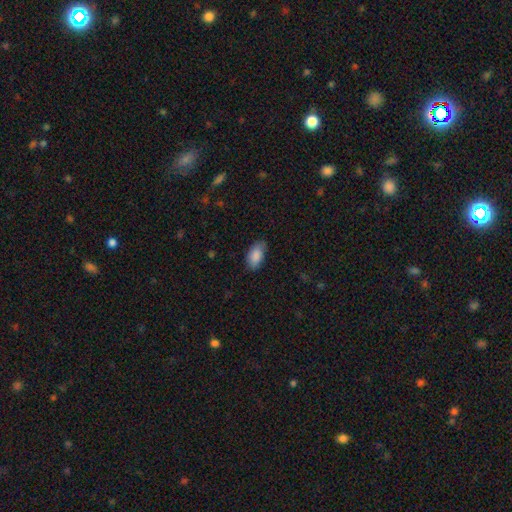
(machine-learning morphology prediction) This is clearly a smooth galaxy (87%). How rounded: clearly in between (94%). Merging: likely none (77%).